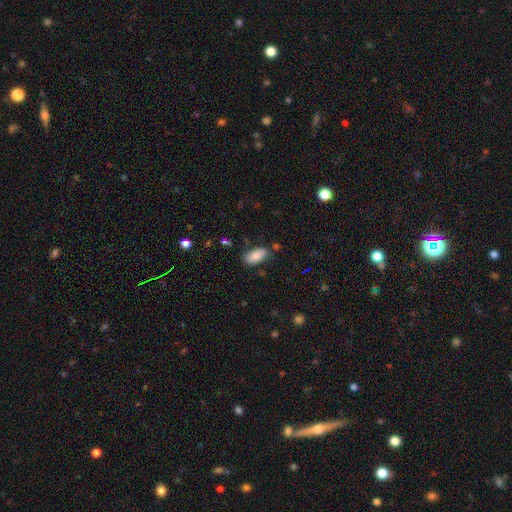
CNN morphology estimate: A smooth galaxy with no disk features (83%) that is in between round and cigar-shaped (94%). Merging: none (76%).